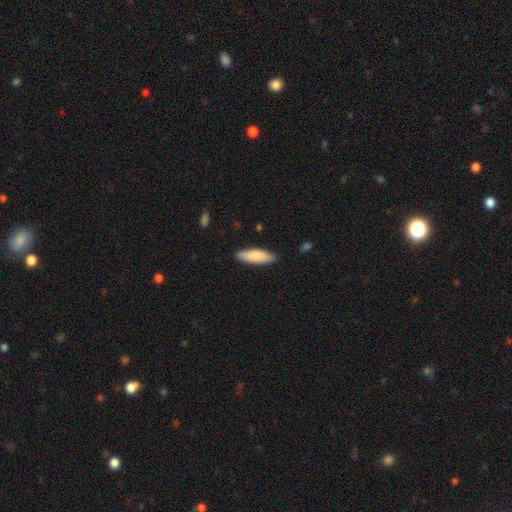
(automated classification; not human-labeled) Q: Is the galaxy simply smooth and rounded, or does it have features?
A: smooth — 83%.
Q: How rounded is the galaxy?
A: in between — 51%.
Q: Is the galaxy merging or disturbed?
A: none — 87%.